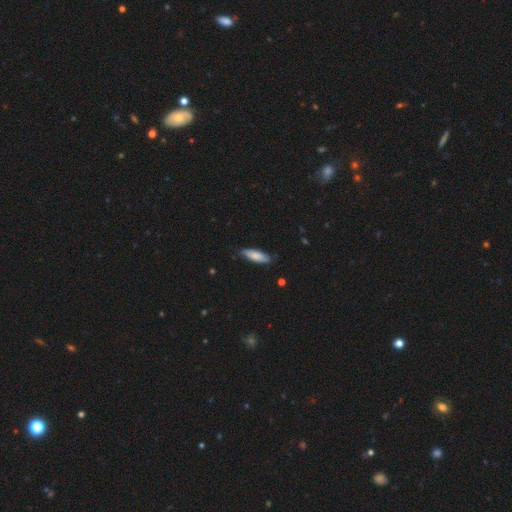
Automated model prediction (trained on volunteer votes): Smooth or featured?
  - smooth: 78% *
  - featured or disk: 16%
  - star or artifact: 6%
How rounded?
  - in between: 50% *
  - cigar-shaped: 48%
  - round: 2%
Merging?
  - none: 80% *
  - minor disturbance: 17%
  - major disturbance: 2%
  - merger: 1%